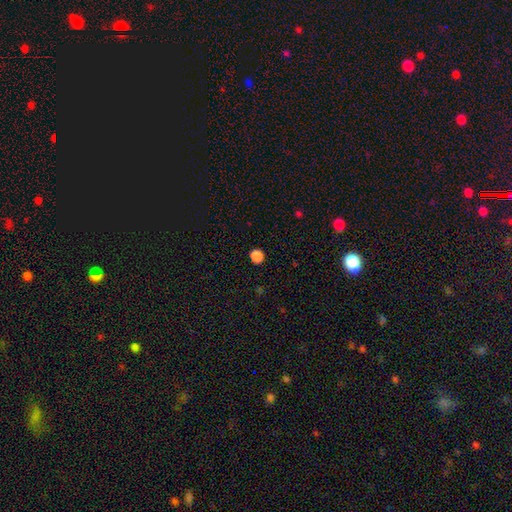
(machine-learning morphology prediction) A smooth galaxy with no disk features (86%) that is round (79%). Merging: none (92%).